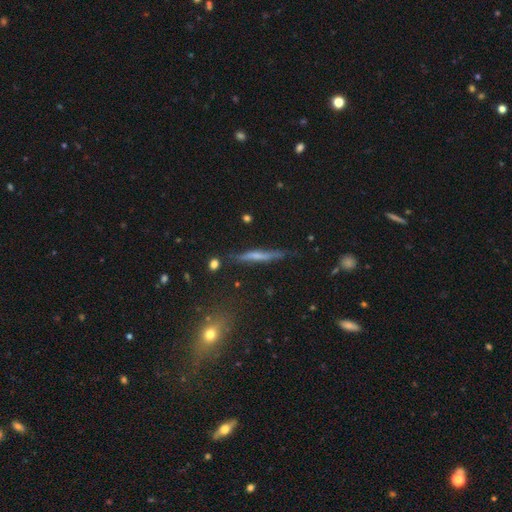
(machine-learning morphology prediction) This is possibly a featured or disk galaxy (56%). It is clearly viewed edge-on (94%). Edge-on bulge: possibly none (46%). Merging: likely none (79%).